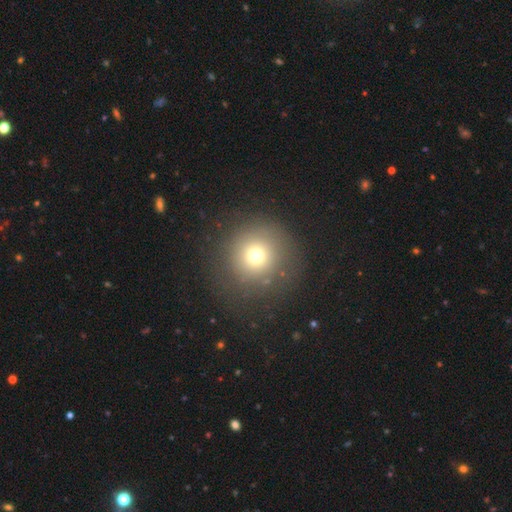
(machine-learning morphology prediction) Smooth or featured? smooth (70%)
How rounded? round (94%)
Merging? none (82%)